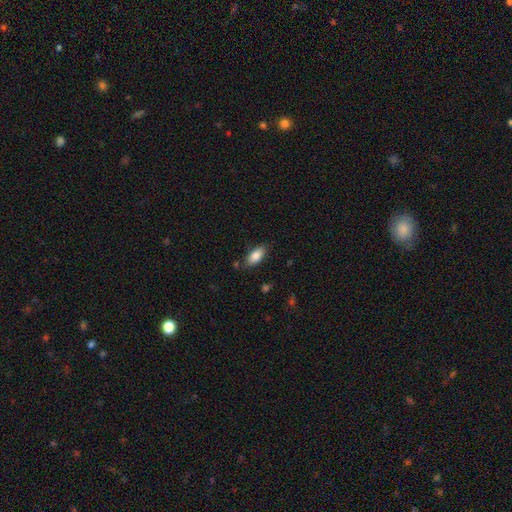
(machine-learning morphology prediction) This appears to be a smooth galaxy with no disk features (83%) that is in between round and cigar-shaped (87%). Merging: none (81%).